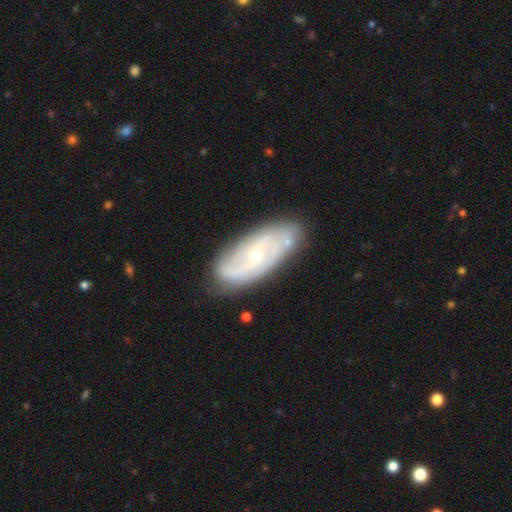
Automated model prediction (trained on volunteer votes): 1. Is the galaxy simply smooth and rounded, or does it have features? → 79% featured or disk, 15% smooth, 6% star or artifact.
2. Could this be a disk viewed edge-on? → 91% no, 9% yes.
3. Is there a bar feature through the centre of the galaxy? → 67% no, 27% weak, 6% strong.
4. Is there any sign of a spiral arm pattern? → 90% yes, 10% no.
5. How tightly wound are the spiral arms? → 44% tight, 40% medium, 16% loose.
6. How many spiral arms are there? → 46% 2, 28% can't tell, 14% 3, 5% 4, 3% 1, 3% more than 4.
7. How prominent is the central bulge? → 66% small, 31% moderate, 1% large, 1% none, 1% dominant.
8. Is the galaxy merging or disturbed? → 77% none, 16% minor disturbance, 4% major disturbance, 3% merger.